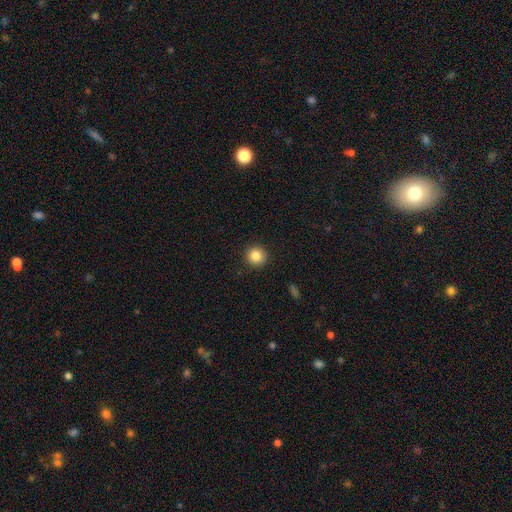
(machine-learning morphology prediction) Smooth or featured?
  - smooth: 85% *
  - star or artifact: 10%
  - featured or disk: 5%
How rounded?
  - round: 94% *
  - in between: 5%
  - cigar-shaped: 1%
Merging?
  - none: 92% *
  - minor disturbance: 5%
  - major disturbance: 2%
  - merger: 1%